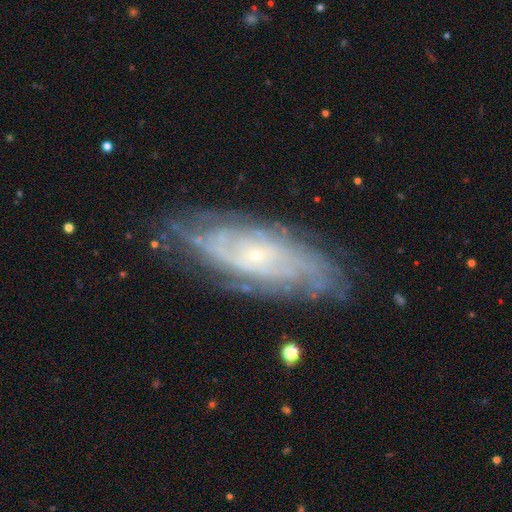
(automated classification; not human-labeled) Smooth or featured? Predicted: featured or disk (p=0.81). Edge-on disk? Predicted: no (p=0.87). Bar? Predicted: no (p=0.74). Spiral arms? Predicted: yes (p=0.92). Spiral winding? Predicted: tight (p=0.71). Spiral arm count? Predicted: can't tell (p=0.52). Bulge size? Predicted: small (p=0.85). Merging? Predicted: none (p=0.77).